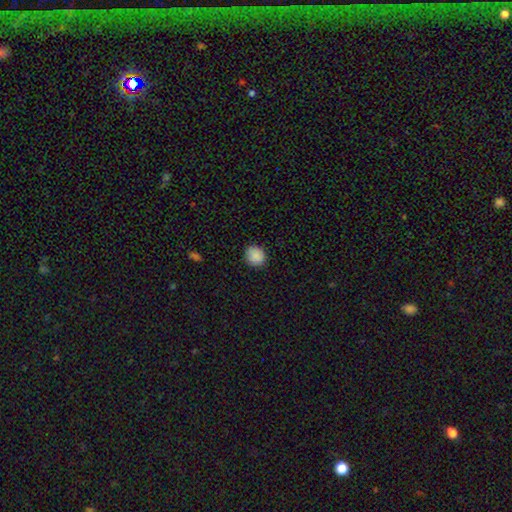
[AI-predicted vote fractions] Smooth or featured: smooth — 88% (star or artifact — 8%)
How rounded: round — 86% (in between — 13%)
Merging: none — 88% (minor disturbance — 9%)